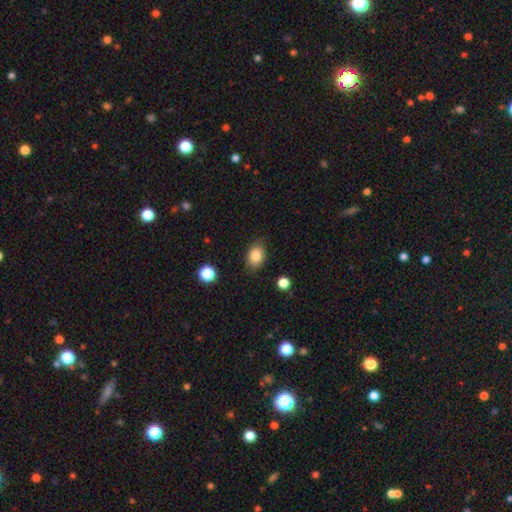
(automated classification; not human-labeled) This is clearly a smooth galaxy (85%). How rounded: likely in between (74%). Merging: clearly none (80%).